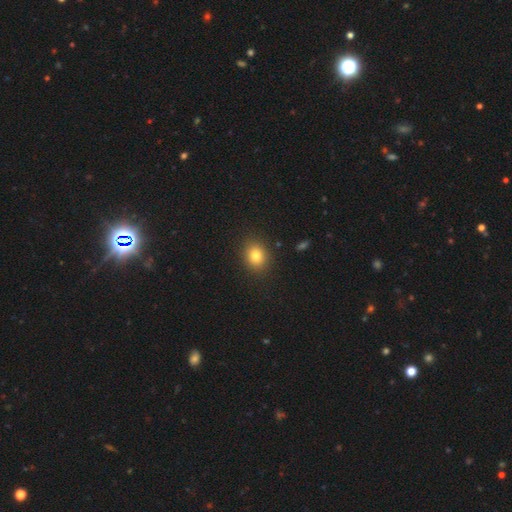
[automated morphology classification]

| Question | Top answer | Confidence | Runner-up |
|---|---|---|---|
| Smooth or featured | smooth | 81% | star or artifact (11%) |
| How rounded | round | 57% | in between (42%) |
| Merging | none | 88% | minor disturbance (8%) |